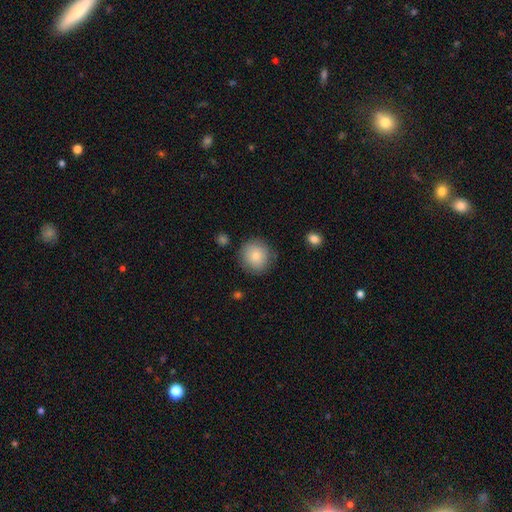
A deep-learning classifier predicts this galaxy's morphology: type=smooth (81%); roundness=round (92%); merging=none (83%).